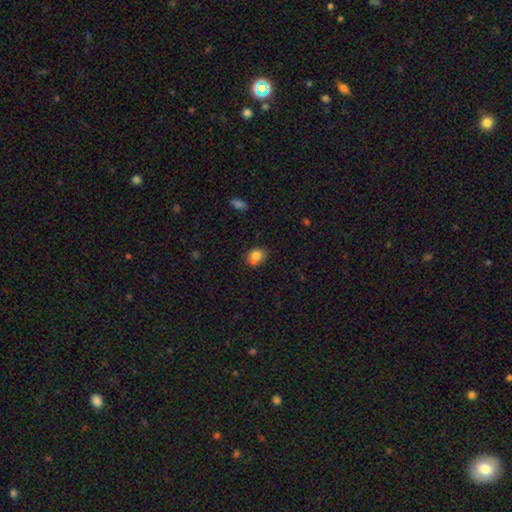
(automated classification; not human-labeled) smooth_or_featured: smooth (p=0.80) [alt: star or artifact p=0.10]
how_rounded: round (p=0.51) [alt: in between p=0.48]
merging: none (p=0.63) [alt: minor disturbance p=0.22]